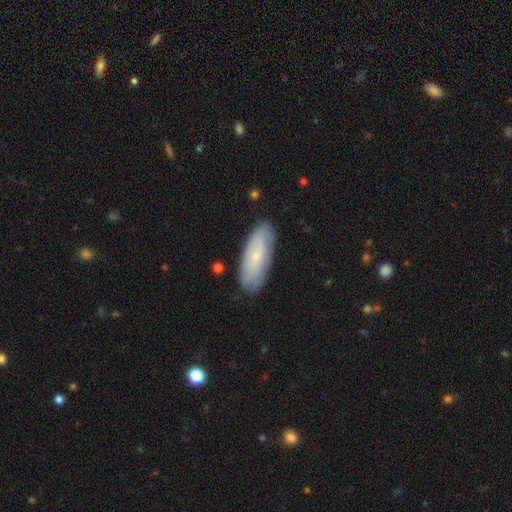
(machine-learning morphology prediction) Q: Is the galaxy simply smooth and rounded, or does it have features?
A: smooth — 58%.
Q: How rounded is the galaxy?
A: in between — 69%.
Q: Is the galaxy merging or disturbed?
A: none — 82%.